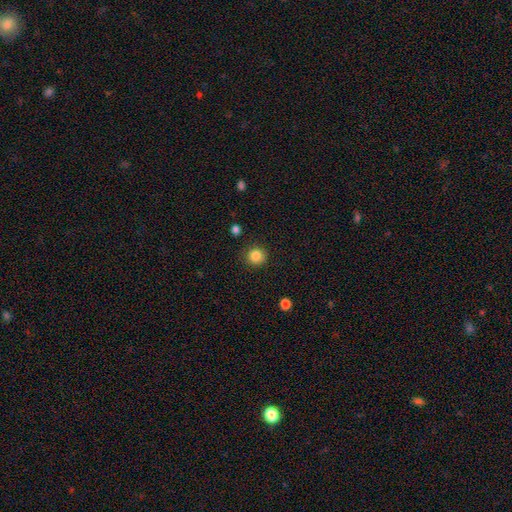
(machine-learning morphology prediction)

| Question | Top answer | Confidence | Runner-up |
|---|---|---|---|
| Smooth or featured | smooth | 85% | star or artifact (10%) |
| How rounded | round | 93% | in between (6%) |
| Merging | none | 89% | minor disturbance (7%) |